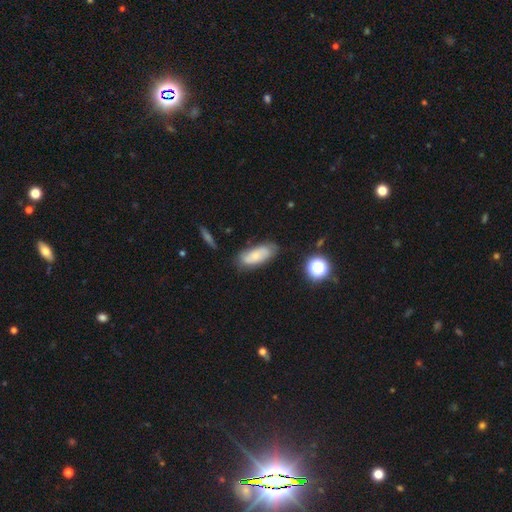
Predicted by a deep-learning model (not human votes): smooth-or-featured: smooth: 59% | featured or disk: 32% | star or artifact: 8%
  how-rounded: in between: 82% | cigar-shaped: 15% | round: 3%
  merging: none: 70% | minor disturbance: 22% | major disturbance: 5% | merger: 3%